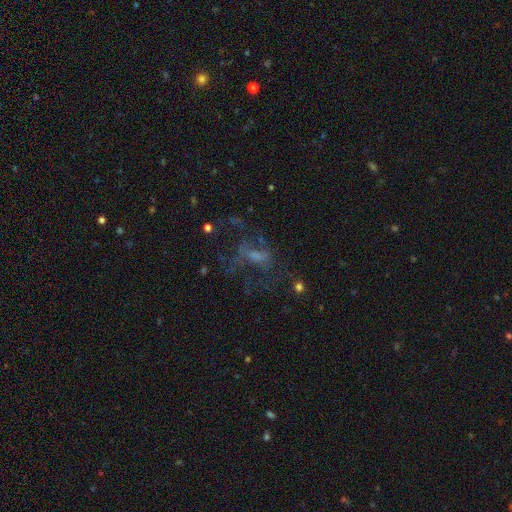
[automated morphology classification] The model was most divided on "merging": none: 41%, major disturbance: 40%, minor disturbance: 15%, merger: 4%. Remaining: smooth or featured — featured or disk (49%).